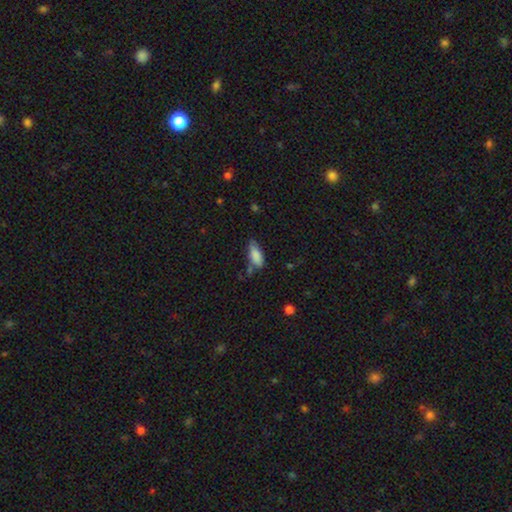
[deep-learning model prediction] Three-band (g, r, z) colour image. It shows a smooth galaxy with no disk features (84%) that is in between round and cigar-shaped (79%). Merging: none (52%).